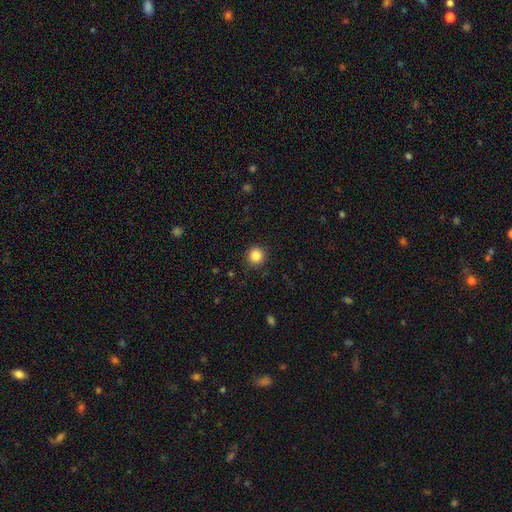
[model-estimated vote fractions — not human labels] This is clearly a smooth galaxy (85%). How rounded: clearly round (94%). Merging: clearly none (90%).